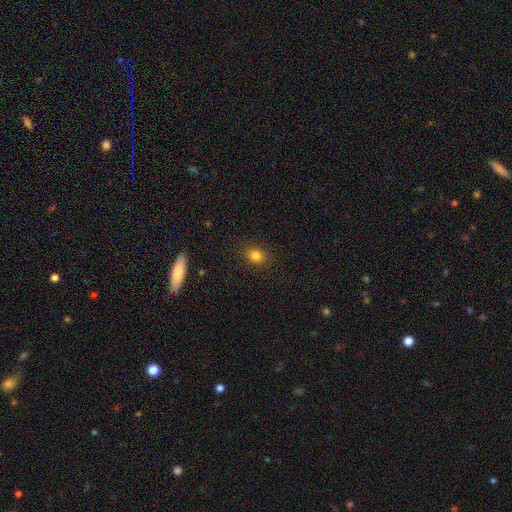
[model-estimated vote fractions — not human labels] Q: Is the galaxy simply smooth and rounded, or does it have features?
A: smooth — 82%.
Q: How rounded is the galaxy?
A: round — 62%.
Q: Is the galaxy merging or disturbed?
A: none — 87%.